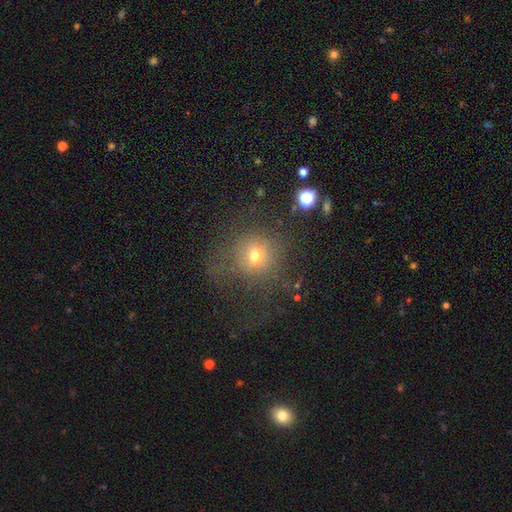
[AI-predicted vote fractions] Q: Smooth or featured?
A: smooth (64%); runner-up: star or artifact (20%)
Q: How rounded?
A: round (87%); runner-up: in between (12%)
Q: Merging?
A: none (68%); runner-up: major disturbance (15%)